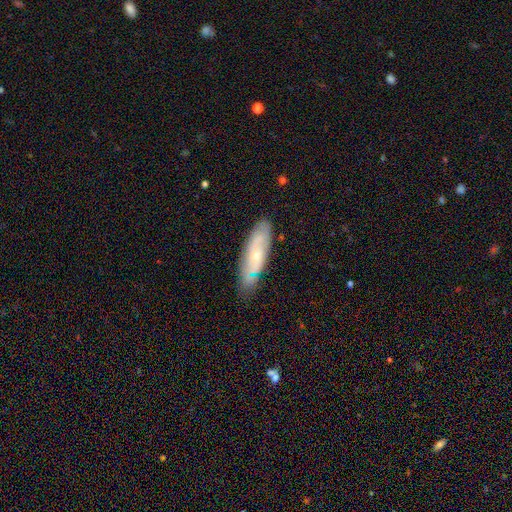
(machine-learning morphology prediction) smooth-or-featured: featured or disk: 57% | smooth: 37% | star or artifact: 6%
  disk-edge-on: no: 75% | yes: 25%
  merging: none: 78% | minor disturbance: 17% | major disturbance: 3% | merger: 2%